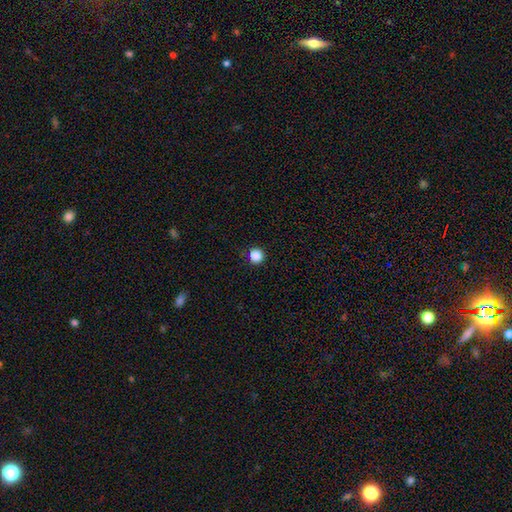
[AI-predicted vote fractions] Overall: smooth (86%). How rounded: round (95%). Merging: none (91%).